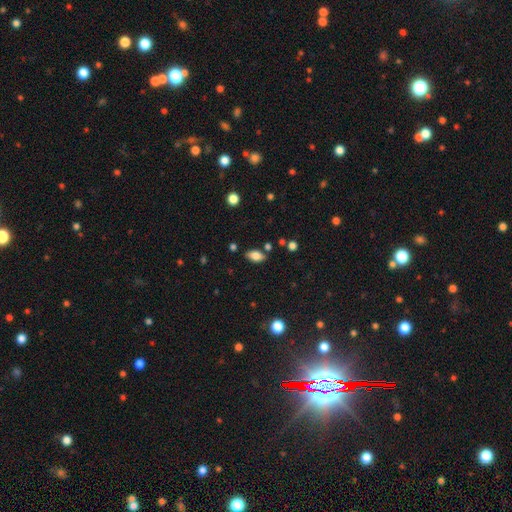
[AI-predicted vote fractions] The model was most divided on "merging": none: 82%, minor disturbance: 11%, merger: 4%, major disturbance: 3%. More confident: how rounded — in between (91%); smooth or featured — smooth (81%).